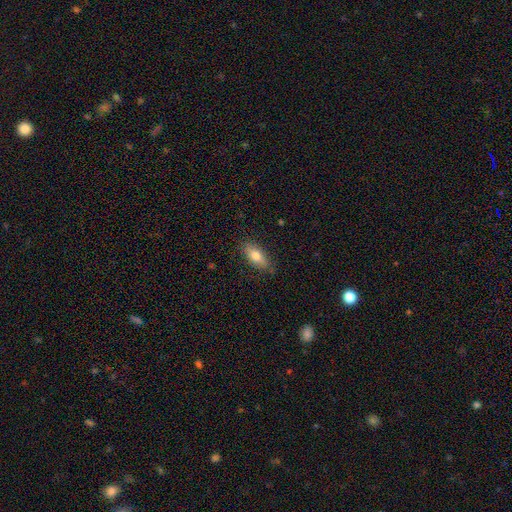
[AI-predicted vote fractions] Smooth or featured?
  - smooth: 76% *
  - featured or disk: 17%
  - star or artifact: 7%
How rounded?
  - in between: 78% *
  - cigar-shaped: 19%
  - round: 3%
Merging?
  - none: 83% *
  - minor disturbance: 13%
  - major disturbance: 3%
  - merger: 1%